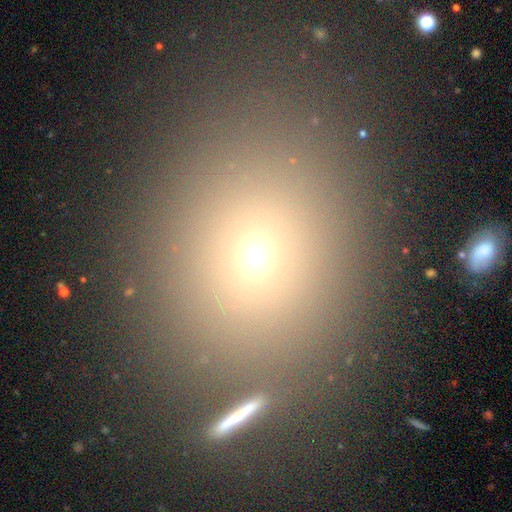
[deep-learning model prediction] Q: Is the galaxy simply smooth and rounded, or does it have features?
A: smooth — 65%.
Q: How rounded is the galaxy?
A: round — 61%.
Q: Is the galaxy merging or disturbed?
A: none — 80%.